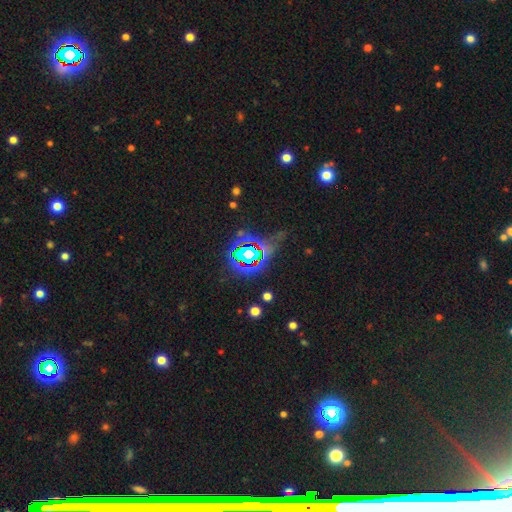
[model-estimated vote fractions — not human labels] Smooth or featured? Predicted: star or artifact (p=0.78).